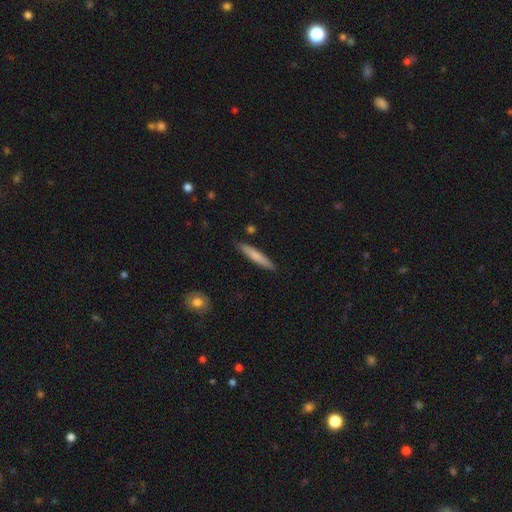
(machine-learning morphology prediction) smooth 74%, featured or disk 21%, star or artifact 6%. Down the decision tree: how rounded — cigar-shaped (92%); merging — none (89%).